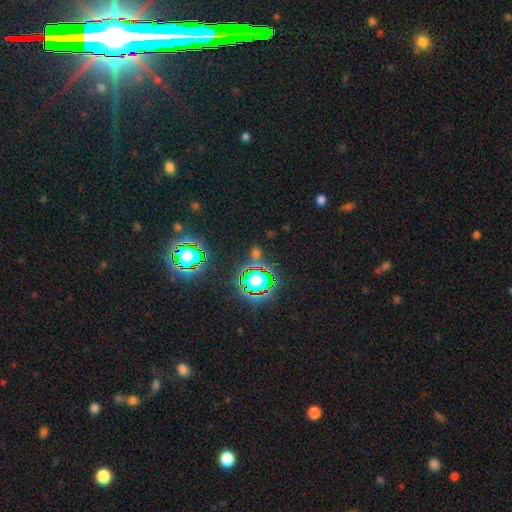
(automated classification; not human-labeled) smooth_or_featured: star or artifact (p=0.73) [alt: smooth p=0.19]